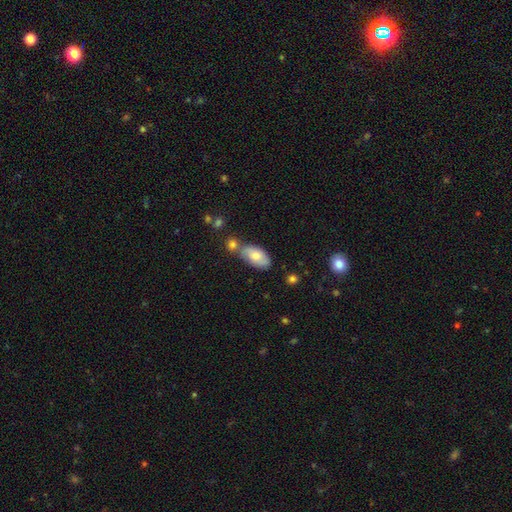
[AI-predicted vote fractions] Q: Smooth or featured?
A: smooth (71%); runner-up: featured or disk (22%)
Q: How rounded?
A: in between (92%); runner-up: cigar-shaped (4%)
Q: Merging?
A: none (52%); runner-up: merger (24%)